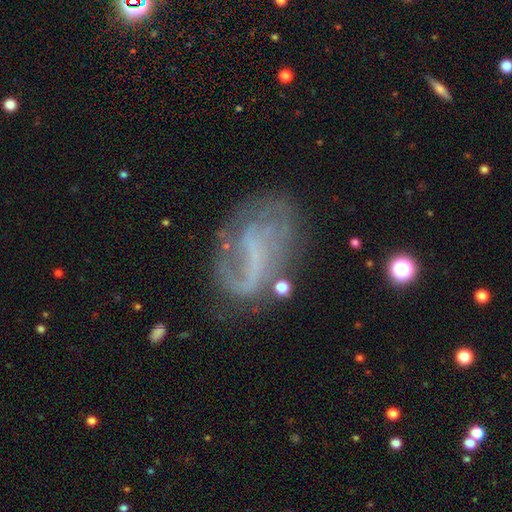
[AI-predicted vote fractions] Smooth or featured?
  - featured or disk: 71% *
  - smooth: 19%
  - star or artifact: 11%
Edge-on disk?
  - no: 96% *
  - yes: 4%
Bar?
  - no: 38% *
  - weak: 35%
  - strong: 26%
Spiral arms?
  - yes: 73% *
  - no: 27%
Bulge size?
  - none: 69% *
  - small: 21%
  - moderate: 7%
  - large: 2%
  - dominant: 1%
Merging?
  - none: 51% *
  - major disturbance: 23%
  - minor disturbance: 22%
  - merger: 4%